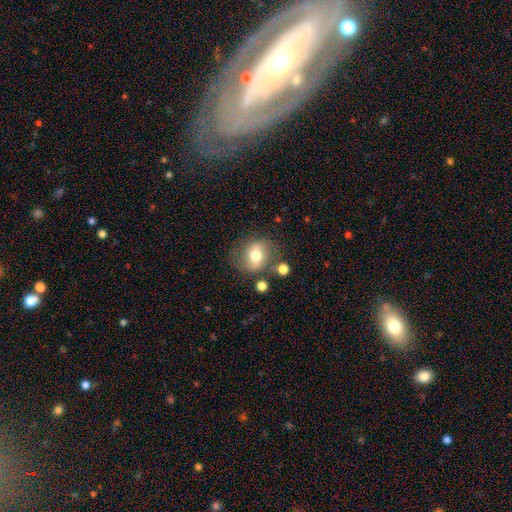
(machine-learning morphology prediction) smooth_or_featured: smooth (p=0.62) [alt: featured or disk p=0.29]
how_rounded: round (p=0.62) [alt: in between p=0.36]
merging: none (p=0.70) [alt: minor disturbance p=0.16]